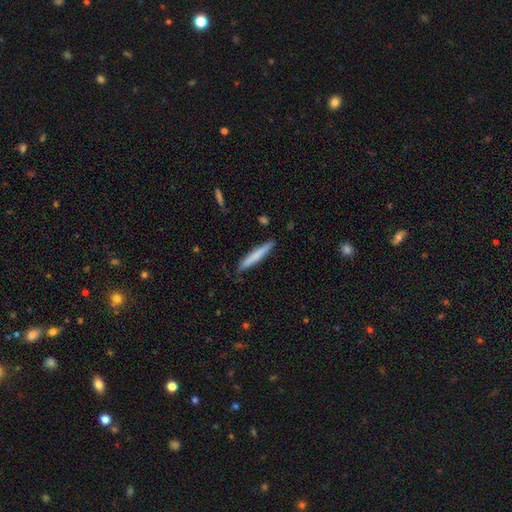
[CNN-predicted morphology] Smooth or featured: smooth — 70% (featured or disk — 25%)
How rounded: cigar-shaped — 95% (in between — 3%)
Merging: none — 85% (minor disturbance — 11%)